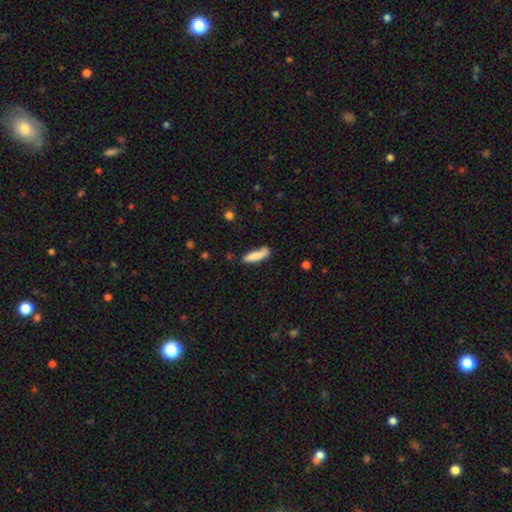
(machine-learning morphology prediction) A smooth galaxy with no disk features (83%) that is cigar-shaped (72%).

Vote fractions:
- Smooth or featured? smooth: 83% / featured or disk: 11% / star or artifact: 6%
- How rounded? cigar-shaped: 72% / in between: 26% / round: 2%
- Merging? none: 67% / minor disturbance: 23% / major disturbance: 5% / merger: 5%